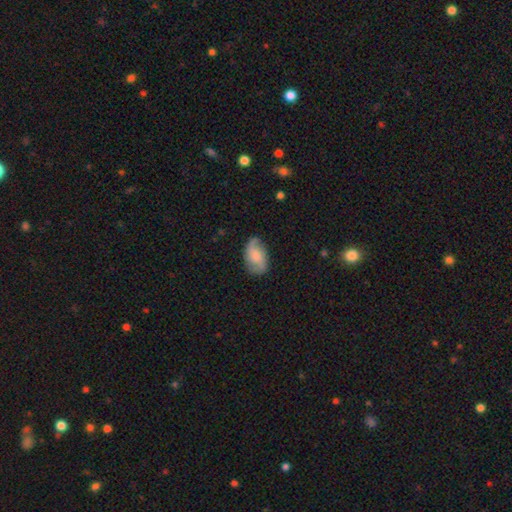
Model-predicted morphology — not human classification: Smooth or featured: featured or disk — 54% (smooth — 38%)
Edge-on disk: no — 96% (yes — 4%)
Bar: no — 58% (weak — 35%)
Spiral arms: yes — 90% (no — 10%)
Bulge size: moderate — 31% (small — 30%)
Merging: none — 72% (minor disturbance — 20%)